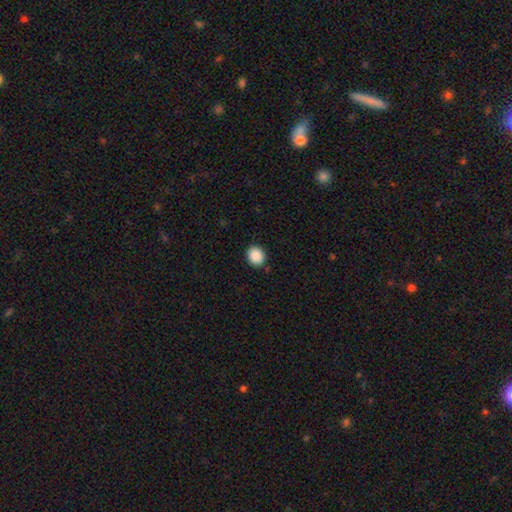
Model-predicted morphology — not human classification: smooth 89%, star or artifact 8%, featured or disk 3%. Down the decision tree: how rounded — round (74%); merging — none (89%).